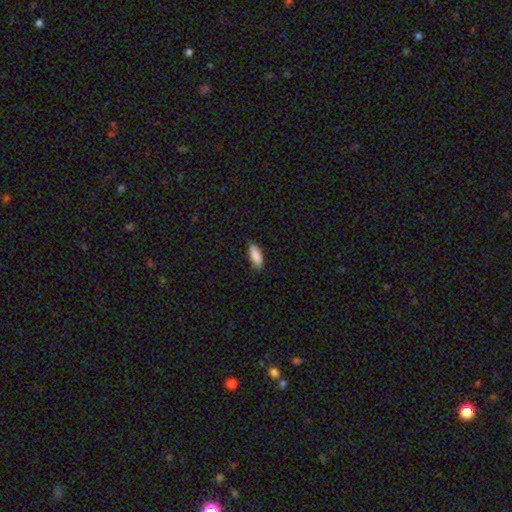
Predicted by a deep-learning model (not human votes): Overall: smooth (88%). How rounded: in between (64%; cigar-shaped 34%). Merging: none (80%).